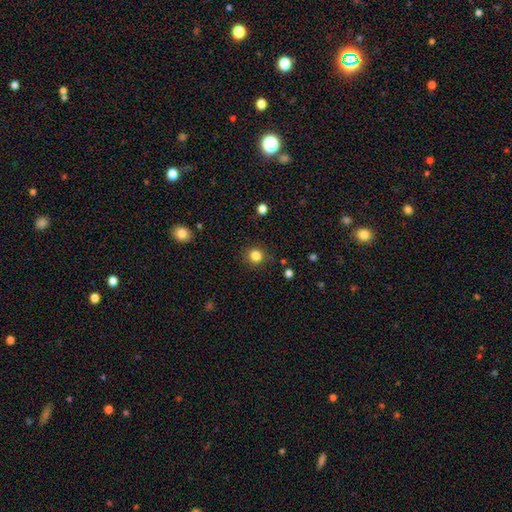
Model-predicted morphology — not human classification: smooth_or_featured: smooth (p=0.83) [alt: star or artifact p=0.12]
how_rounded: round (p=0.89) [alt: in between p=0.10]
merging: none (p=0.86) [alt: minor disturbance p=0.10]